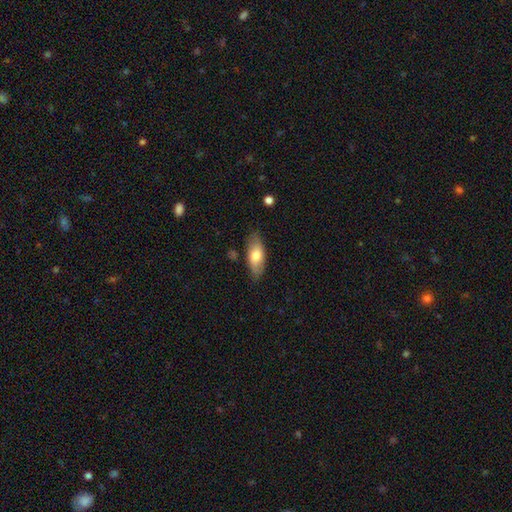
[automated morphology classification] smooth 72%, featured or disk 22%, star or artifact 6%. Down the decision tree: how rounded — in between (79%); merging — none (82%).